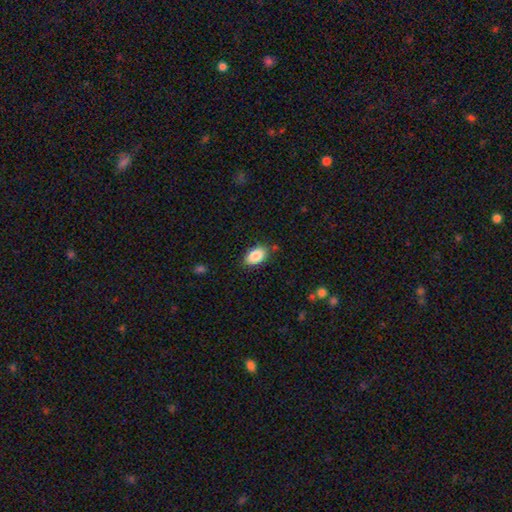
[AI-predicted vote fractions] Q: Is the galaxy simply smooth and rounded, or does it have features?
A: smooth — 86%.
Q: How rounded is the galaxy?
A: in between — 92%.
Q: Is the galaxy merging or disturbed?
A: none — 81%.